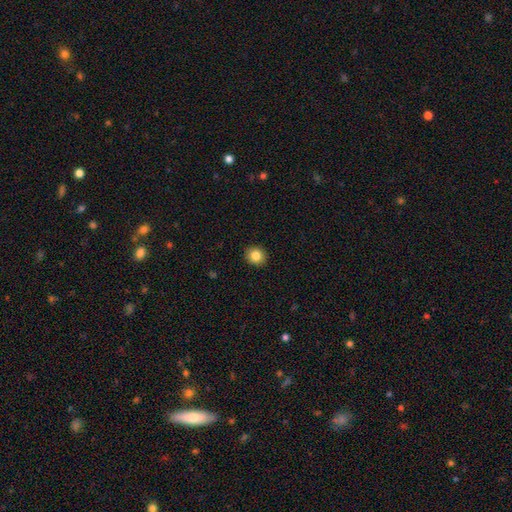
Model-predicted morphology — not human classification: This is clearly a smooth galaxy (84%). How rounded: clearly round (87%). Merging: clearly none (92%).